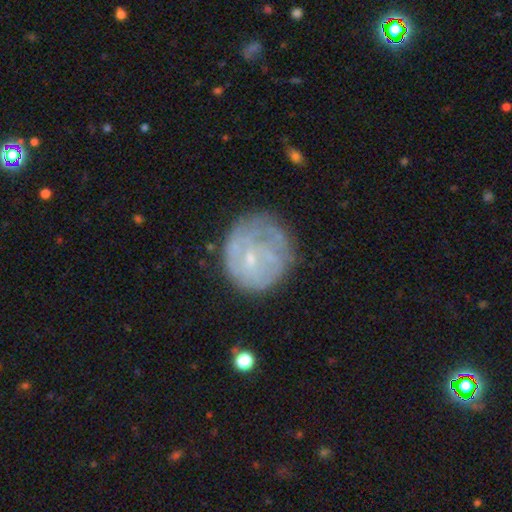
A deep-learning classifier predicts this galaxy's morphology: Smooth or featured? featured or disk (54%)
Edge-on disk? no (97%)
Bar? no (69%)
Spiral arms? yes (55%)
Bulge size? small (76%)
Merging? none (64%)